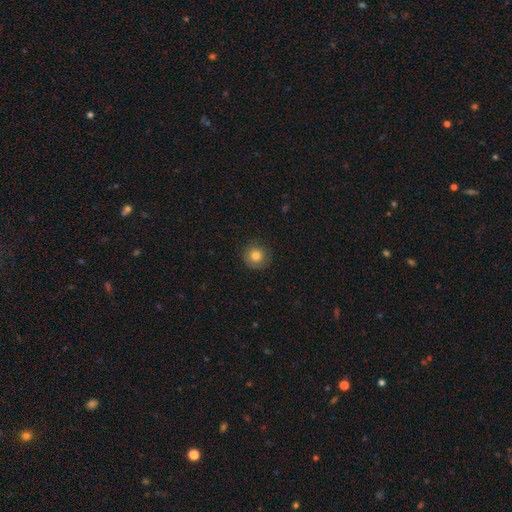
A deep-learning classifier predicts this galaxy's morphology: A smooth galaxy with no disk features (82%) that is round (93%).

Vote fractions:
- Smooth or featured? smooth: 82% / star or artifact: 10% / featured or disk: 9%
- How rounded? round: 93% / in between: 6% / cigar-shaped: 1%
- Merging? none: 84% / minor disturbance: 12% / major disturbance: 3% / merger: 1%